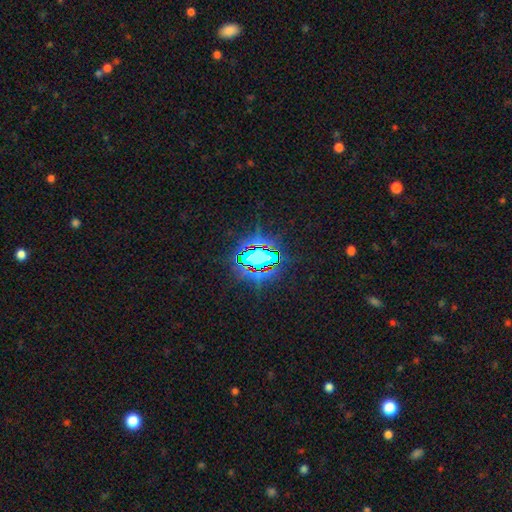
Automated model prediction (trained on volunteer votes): Smooth or featured?
  - star or artifact: 77% *
  - smooth: 13%
  - featured or disk: 10%